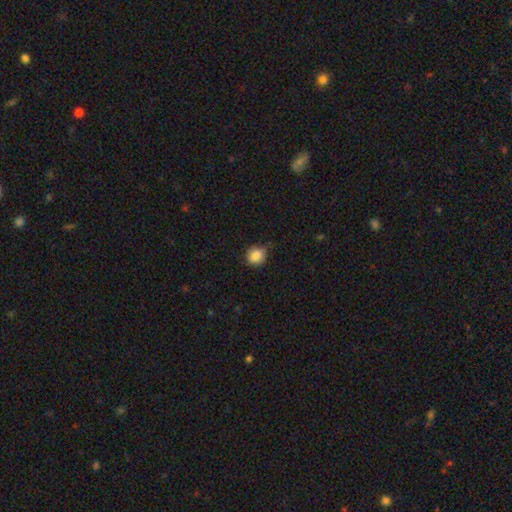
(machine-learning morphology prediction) Overall: smooth (86%). How rounded: round (76%). Merging: none (72%).